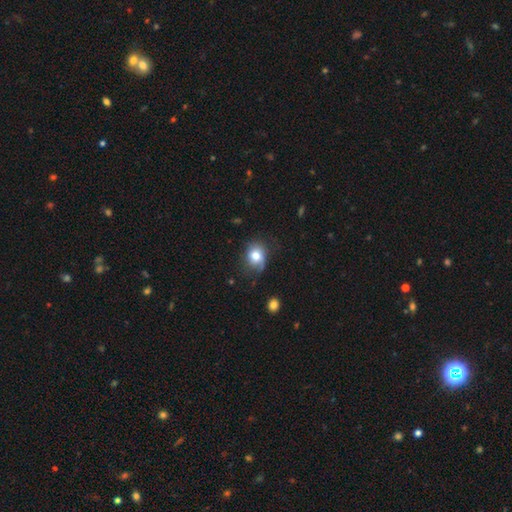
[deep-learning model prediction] A smooth galaxy with no disk features (77%) that is round (62%). Merging: none (62%).